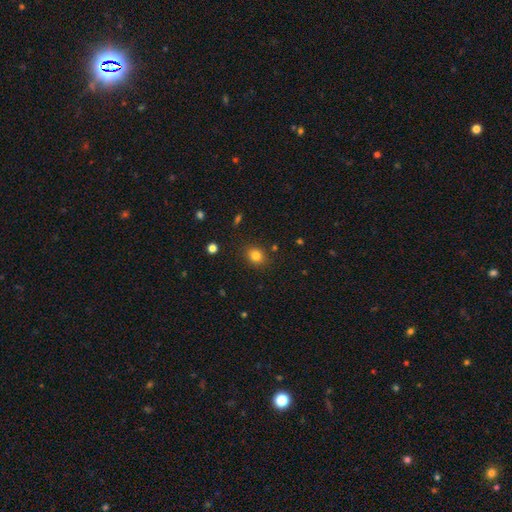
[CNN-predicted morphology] type=smooth (81%); roundness=round (69%); merging=none (87%).